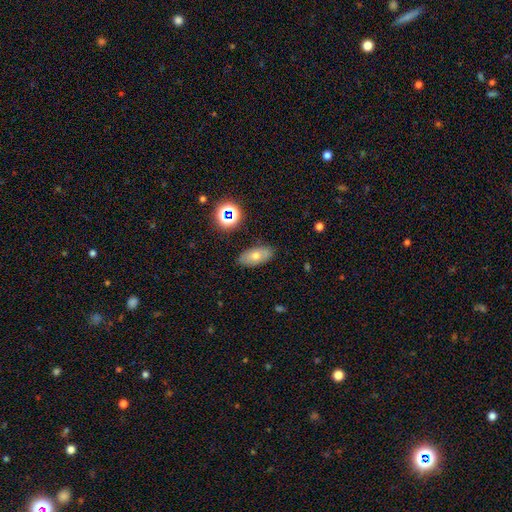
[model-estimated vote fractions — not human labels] smooth 66%, featured or disk 22%, star or artifact 12%. Down the decision tree: how rounded — in between (88%); merging — none (84%).